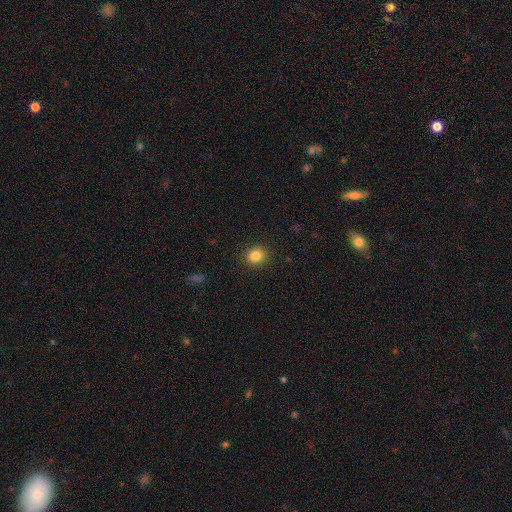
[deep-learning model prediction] Smooth or featured: smooth — 84% (star or artifact — 11%)
How rounded: round — 81% (in between — 18%)
Merging: none — 91% (minor disturbance — 6%)